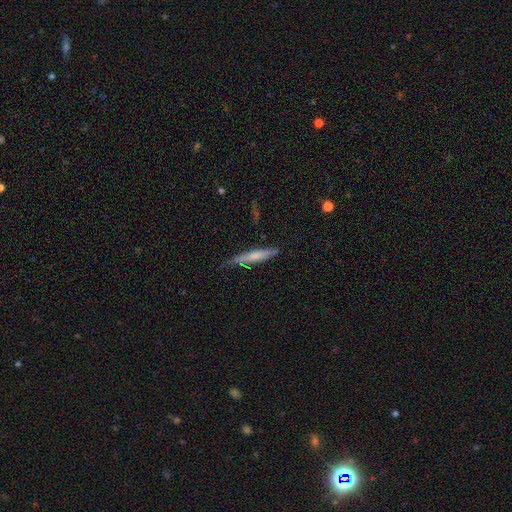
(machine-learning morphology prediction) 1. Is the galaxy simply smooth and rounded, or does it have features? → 62% smooth, 32% featured or disk, 6% star or artifact.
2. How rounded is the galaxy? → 92% cigar-shaped, 7% in between, 1% round.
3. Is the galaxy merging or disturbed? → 70% none, 23% minor disturbance, 4% major disturbance, 3% merger.